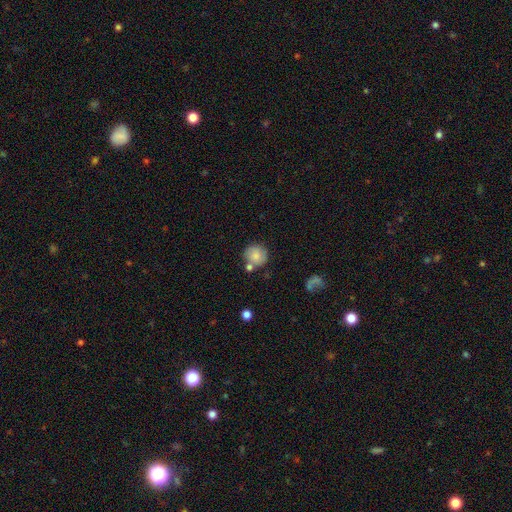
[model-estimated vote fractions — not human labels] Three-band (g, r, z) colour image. It shows a smooth galaxy with no disk features (82%) that is round (90%). Merging: none (68%).